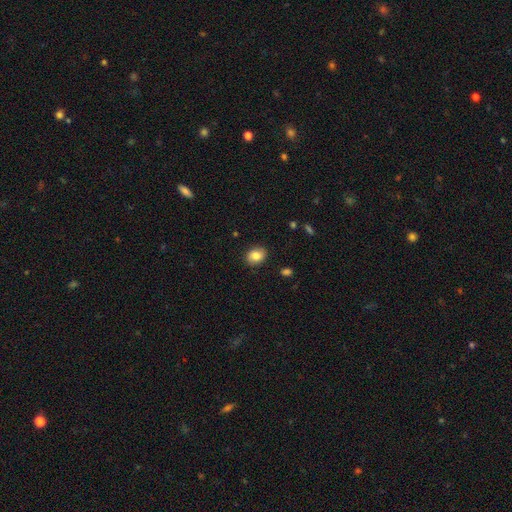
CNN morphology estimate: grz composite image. It shows a smooth galaxy with no disk features (82%) that is in between round and cigar-shaped (57%). Merging: none (87%).